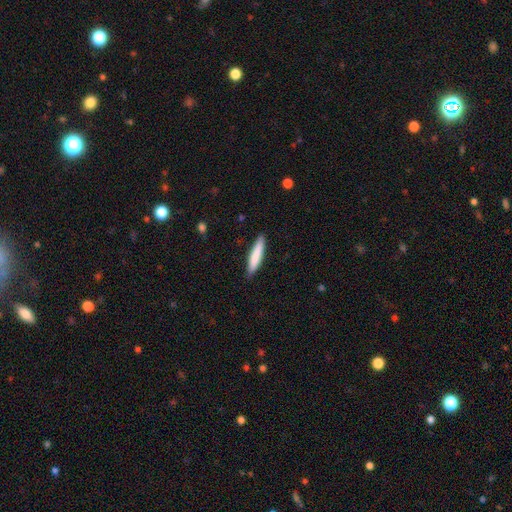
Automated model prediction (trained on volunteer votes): A smooth galaxy with no disk features (80%) that is cigar-shaped (88%).

Vote fractions:
- Smooth or featured? smooth: 80% / featured or disk: 14% / star or artifact: 5%
- How rounded? cigar-shaped: 88% / in between: 11% / round: 1%
- Merging? none: 88% / minor disturbance: 10% / major disturbance: 2% / merger: 1%